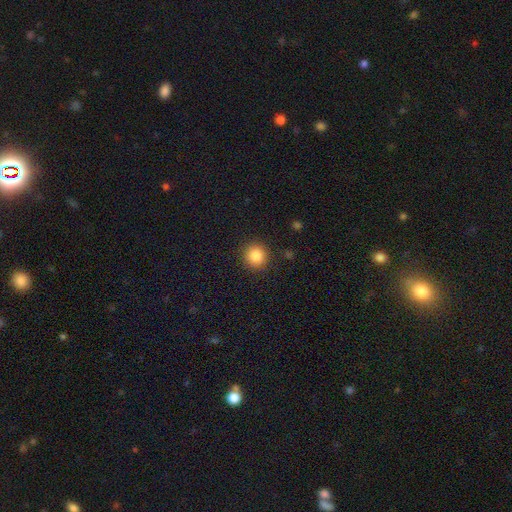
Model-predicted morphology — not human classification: Q: Smooth or featured?
A: smooth (86%); runner-up: star or artifact (10%)
Q: How rounded?
A: round (93%); runner-up: in between (6%)
Q: Merging?
A: none (90%); runner-up: minor disturbance (6%)